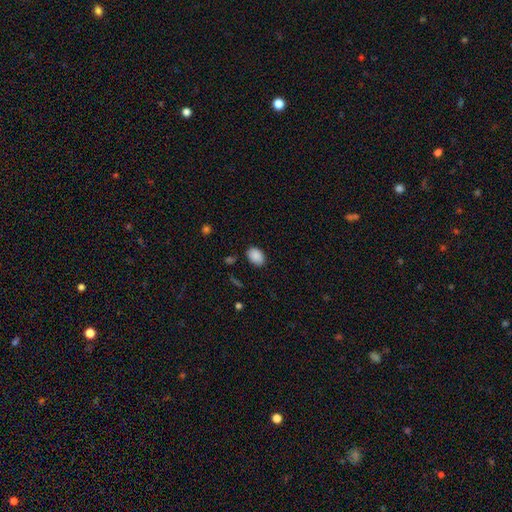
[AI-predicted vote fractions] This is clearly a smooth galaxy (88%). How rounded: clearly in between (81%). Merging: clearly none (82%).